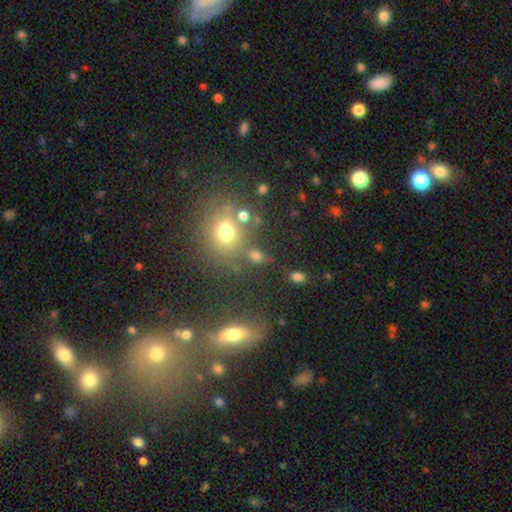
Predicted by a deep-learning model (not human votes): This is likely a smooth galaxy (67%). How rounded: likely in between (60%). Merging: likely none (63%).